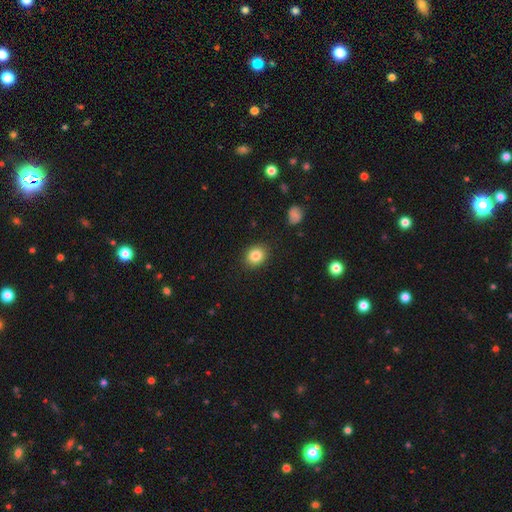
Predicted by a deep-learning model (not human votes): A smooth galaxy with no disk features (84%) that is round (60%).

Vote fractions:
- Smooth or featured? smooth: 84% / star or artifact: 10% / featured or disk: 7%
- How rounded? round: 60% / in between: 39% / cigar-shaped: 1%
- Merging? none: 88% / minor disturbance: 8% / major disturbance: 2% / merger: 1%